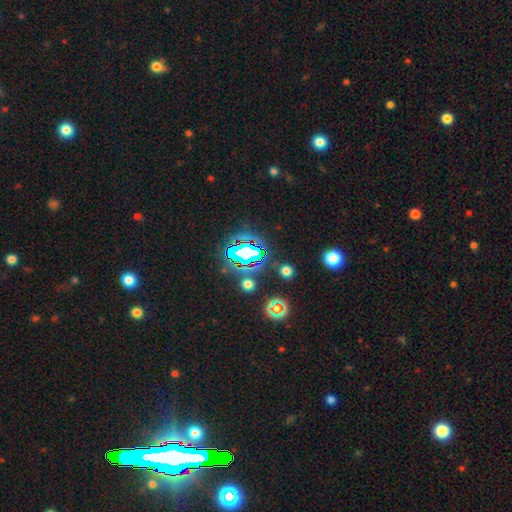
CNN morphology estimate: This appears to be a star or artifact, not a galaxy (79%).